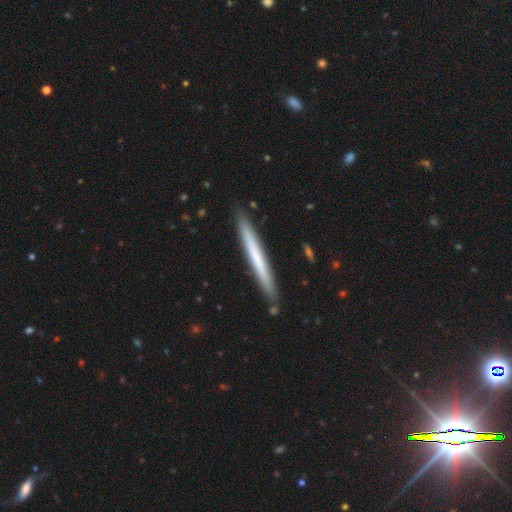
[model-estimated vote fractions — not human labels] The model was most divided on "smooth or featured": smooth: 58%, featured or disk: 36%, star or artifact: 5%. More confident: how rounded — cigar-shaped (97%); merging — none (89%).